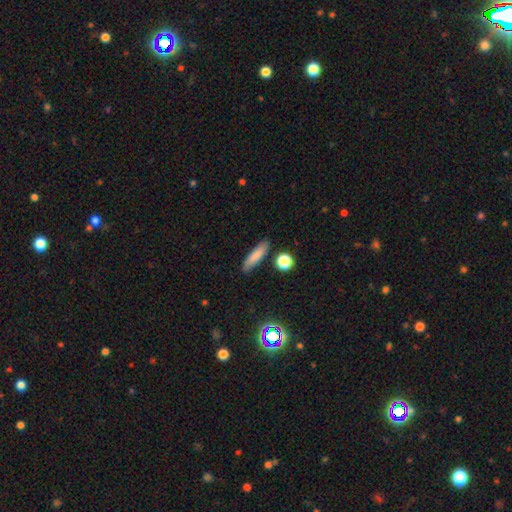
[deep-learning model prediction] The model was most divided on "how rounded": cigar-shaped: 72%, in between: 25%, round: 3%. More confident: merging — none (85%); smooth or featured — smooth (80%).